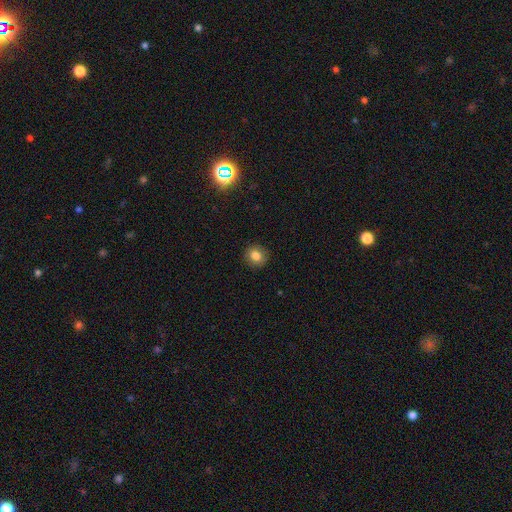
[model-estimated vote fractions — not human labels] This appears to be a smooth galaxy with no disk features (82%) that is round (81%). Merging: none (90%).